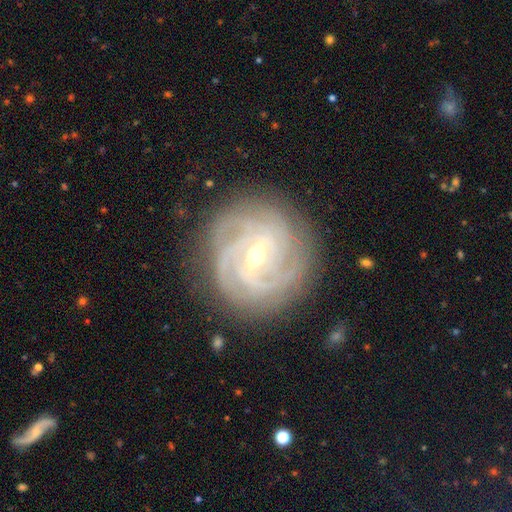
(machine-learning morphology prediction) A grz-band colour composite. It shows a featured or disk galaxy (90%) with a weak bar (46%), 4 (31%) tight (74%) spiral arms (98%) and a moderate central bulge (51%). Merging: none (83%).